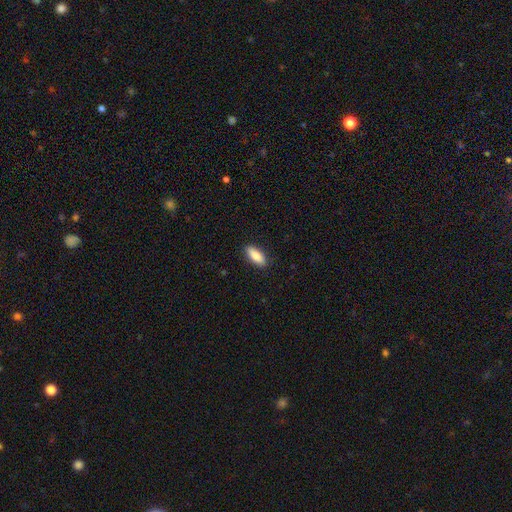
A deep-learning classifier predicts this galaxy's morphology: Smooth or featured? smooth (79%)
How rounded? in between (70%)
Merging? none (89%)